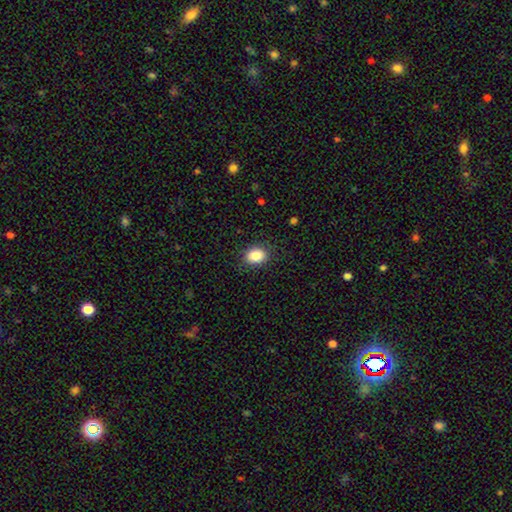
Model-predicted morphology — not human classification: A smooth galaxy with no disk features (86%) that is in between round and cigar-shaped (61%).

Vote fractions:
- Smooth or featured? smooth: 86% / star or artifact: 9% / featured or disk: 5%
- How rounded? in between: 61% / round: 38% / cigar-shaped: 1%
- Merging? none: 86% / minor disturbance: 10% / major disturbance: 3% / merger: 1%